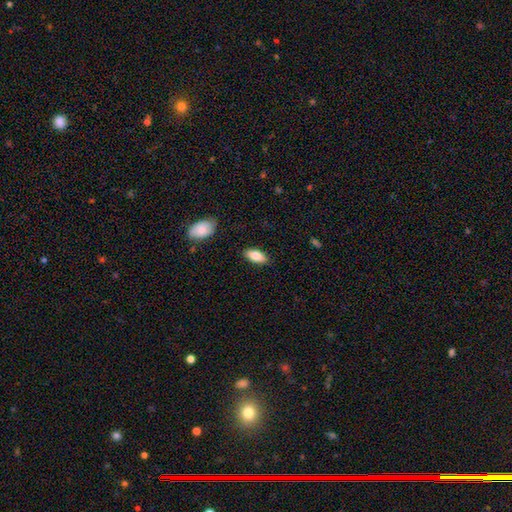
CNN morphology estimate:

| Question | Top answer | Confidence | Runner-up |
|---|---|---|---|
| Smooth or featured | smooth | 82% | featured or disk (11%) |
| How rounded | in between | 87% | cigar-shaped (11%) |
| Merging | none | 87% | minor disturbance (10%) |